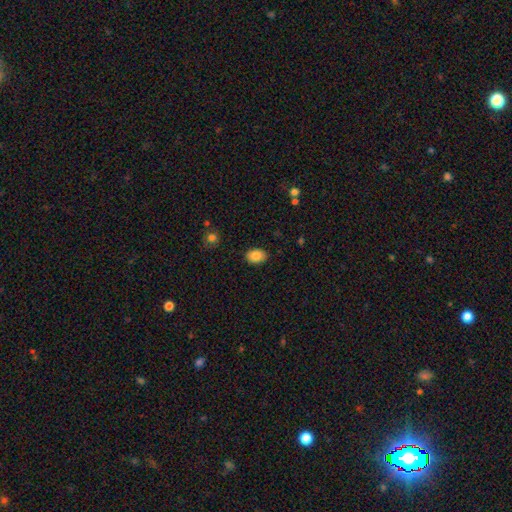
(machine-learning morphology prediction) Q: Smooth or featured?
A: smooth (84%); runner-up: star or artifact (8%)
Q: How rounded?
A: in between (80%); runner-up: round (19%)
Q: Merging?
A: none (87%); runner-up: minor disturbance (9%)